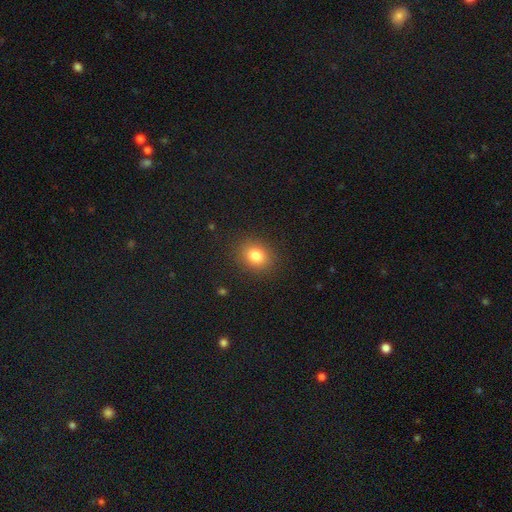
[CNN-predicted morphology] Overall: smooth (81%). How rounded: round (57%; in between 42%). Merging: none (87%).